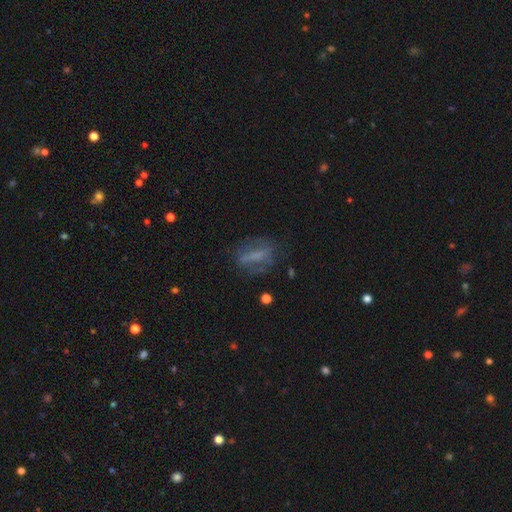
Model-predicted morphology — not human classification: A smooth galaxy with no disk features (45%).

Vote fractions:
- Smooth or featured? smooth: 45% / featured or disk: 43% / star or artifact: 13%
- Merging? none: 65% / minor disturbance: 19% / major disturbance: 14% / merger: 2%